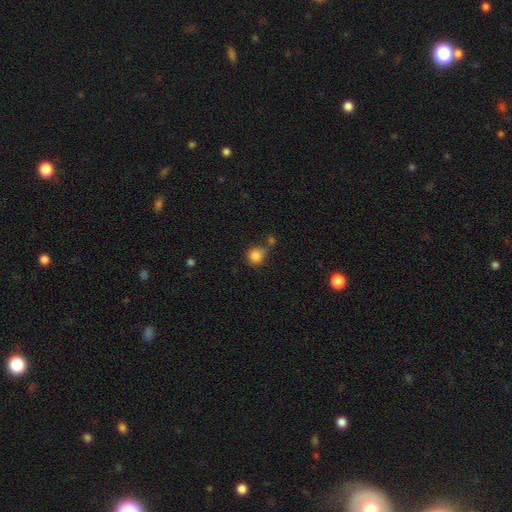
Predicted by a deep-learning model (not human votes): Smooth or featured: smooth — 84% (star or artifact — 11%)
How rounded: round — 86% (in between — 13%)
Merging: none — 57% (minor disturbance — 19%)